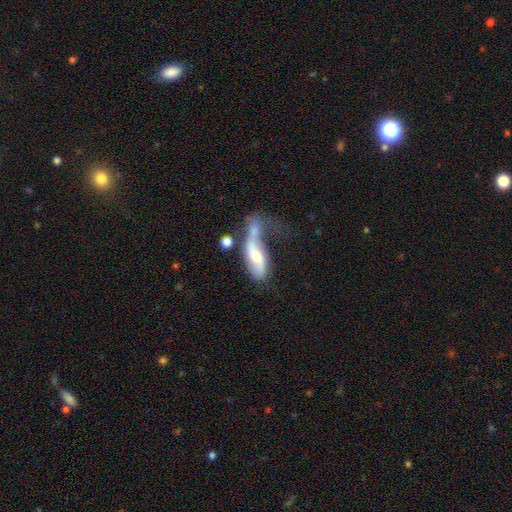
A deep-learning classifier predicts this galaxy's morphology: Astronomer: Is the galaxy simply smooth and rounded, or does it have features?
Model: featured or disk — 55% (runner-up: smooth, 38%).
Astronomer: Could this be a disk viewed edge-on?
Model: no — 87%.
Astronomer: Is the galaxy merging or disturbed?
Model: merger — 42% (runner-up: major disturbance, 26%).